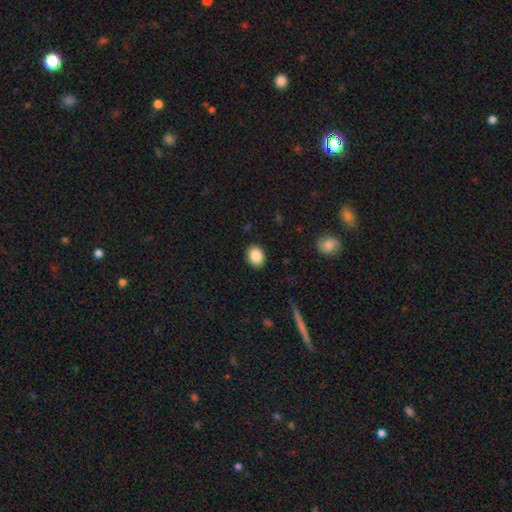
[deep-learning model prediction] Smooth or featured? smooth (87%)
How rounded? in between (53%)
Merging? none (89%)